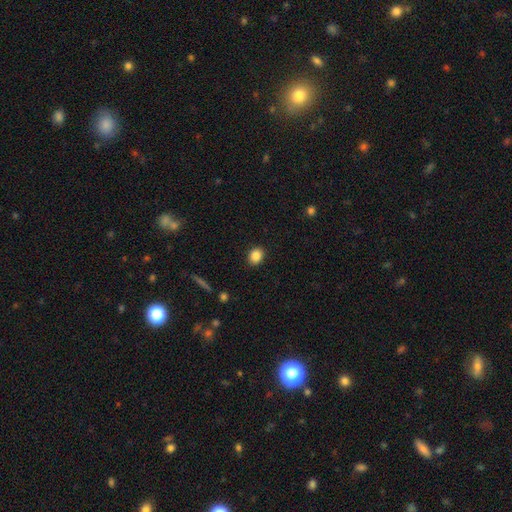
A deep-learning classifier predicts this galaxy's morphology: Smooth or featured: smooth — 87% (star or artifact — 9%)
How rounded: in between — 50% (round — 49%)
Merging: none — 89% (minor disturbance — 8%)